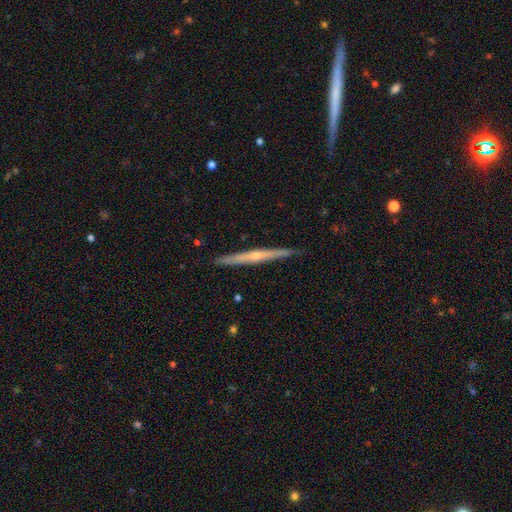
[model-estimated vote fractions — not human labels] Smooth or featured? featured or disk (68%)
Edge-on disk? yes (97%)
Edge-on bulge? rounded (60%)
Merging? none (89%)